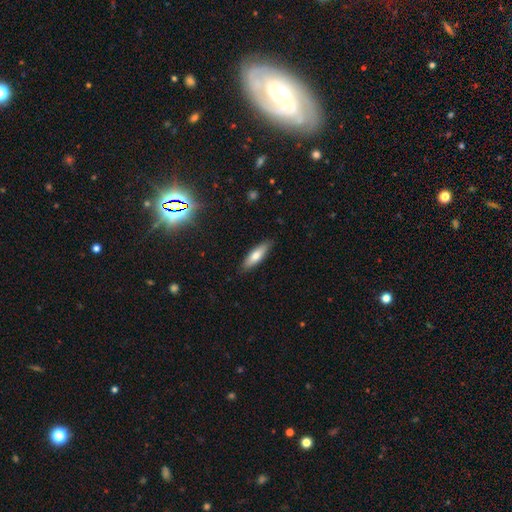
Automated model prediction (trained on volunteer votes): This appears to be a smooth galaxy with no disk features (71%) that is cigar-shaped (55%). Merging: none (86%).